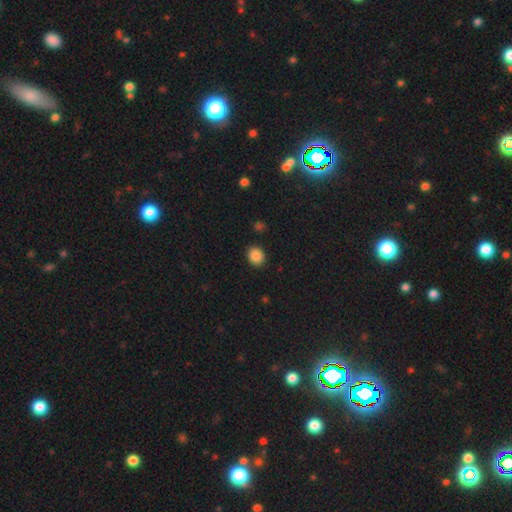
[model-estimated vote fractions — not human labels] Smooth or featured? Predicted: smooth (p=0.87). How rounded? Predicted: round (p=0.60). Merging? Predicted: none (p=0.89).